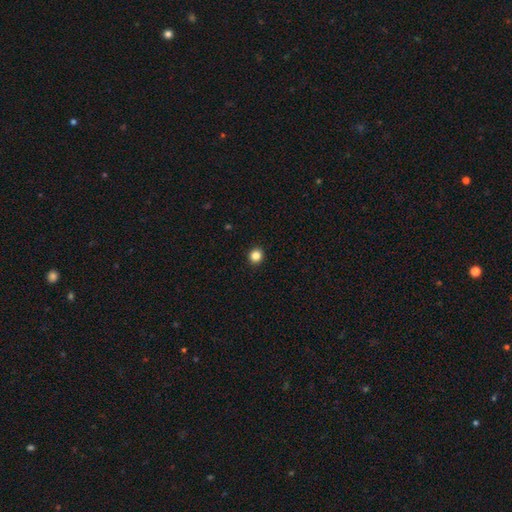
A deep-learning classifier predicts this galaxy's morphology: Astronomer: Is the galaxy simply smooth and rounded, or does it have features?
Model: smooth — 85%.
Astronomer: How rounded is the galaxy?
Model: round — 89%.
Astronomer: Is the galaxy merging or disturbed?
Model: none — 93%.